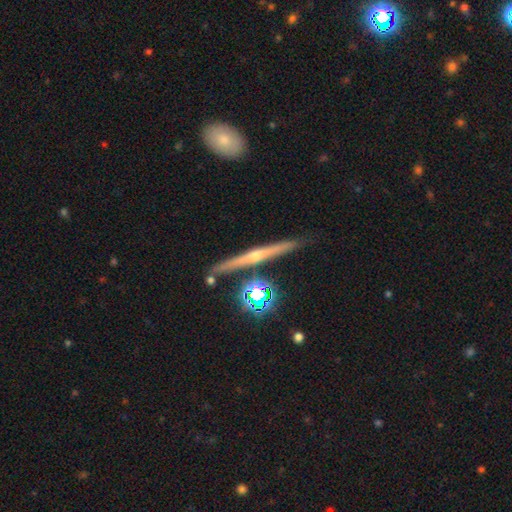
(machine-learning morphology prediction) A featured or disk galaxy (79%) viewed edge-on (97%) with a rounded central bulge (77%).

Vote fractions:
- Smooth or featured? featured or disk: 79% / smooth: 13% / star or artifact: 9%
- Edge-on disk? yes: 97% / no: 3%
- Edge-on bulge? rounded: 77% / none: 16% / boxy: 6%
- Merging? none: 86% / minor disturbance: 9% / merger: 3% / major disturbance: 2%